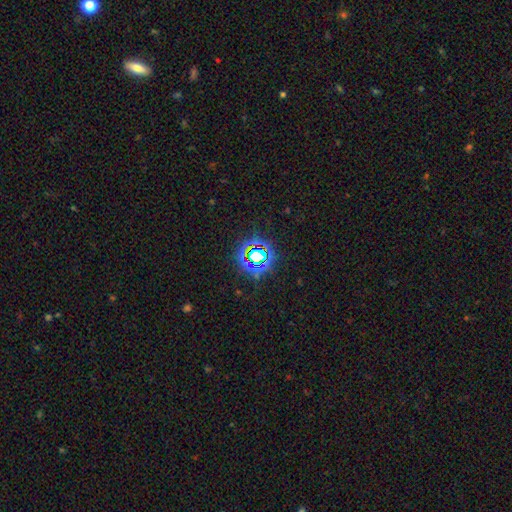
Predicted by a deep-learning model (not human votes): Morphology: type=star or artifact (72%).